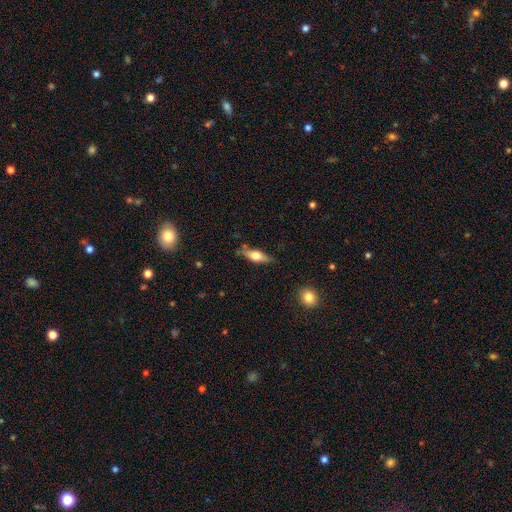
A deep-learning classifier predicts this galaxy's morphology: smooth-or-featured: smooth: 57% | featured or disk: 36% | star or artifact: 7%
  how-rounded: in between: 57% | cigar-shaped: 40% | round: 4%
  merging: none: 73% | minor disturbance: 20% | major disturbance: 4% | merger: 3%